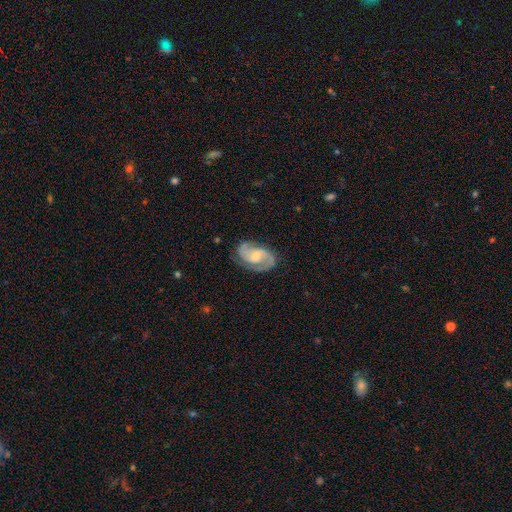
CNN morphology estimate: Smooth or featured? featured or disk (85%)
Edge-on disk? no (97%)
Bar? weak (46%)
Spiral arms? yes (97%)
Spiral winding? medium (54%)
Spiral arm count? 2 (86%)
Bulge size? moderate (47%)
Merging? none (76%)